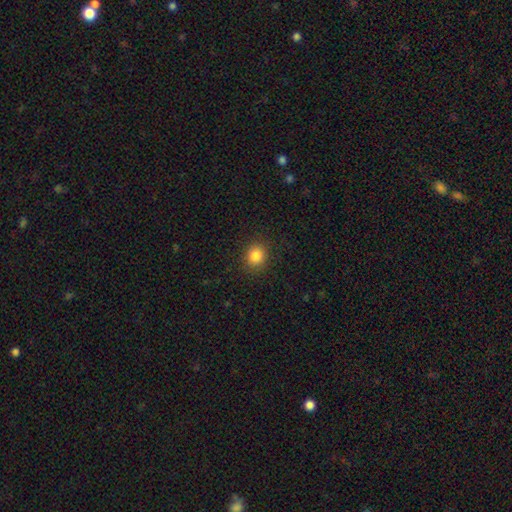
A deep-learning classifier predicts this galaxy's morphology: Smooth or featured? Predicted: smooth (p=0.85). How rounded? Predicted: round (p=0.74). Merging? Predicted: none (p=0.89).